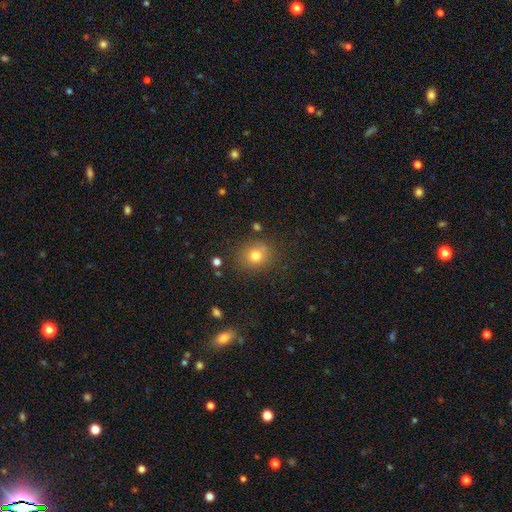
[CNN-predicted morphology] Q: Smooth or featured?
A: smooth (77%); runner-up: star or artifact (14%)
Q: How rounded?
A: round (78%); runner-up: in between (21%)
Q: Merging?
A: none (81%); runner-up: minor disturbance (12%)